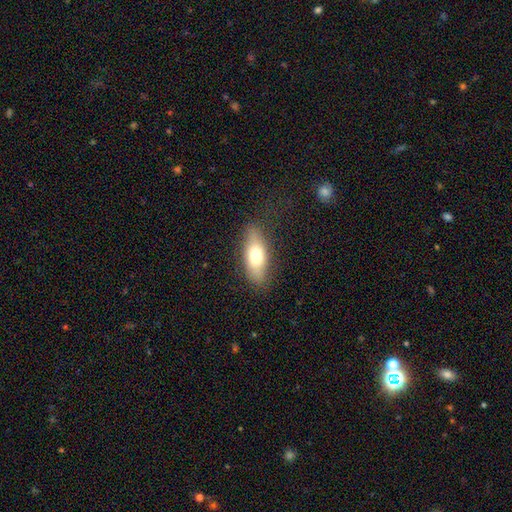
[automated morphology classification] type=smooth (71%); roundness=in between (73%); merging=none (81%).